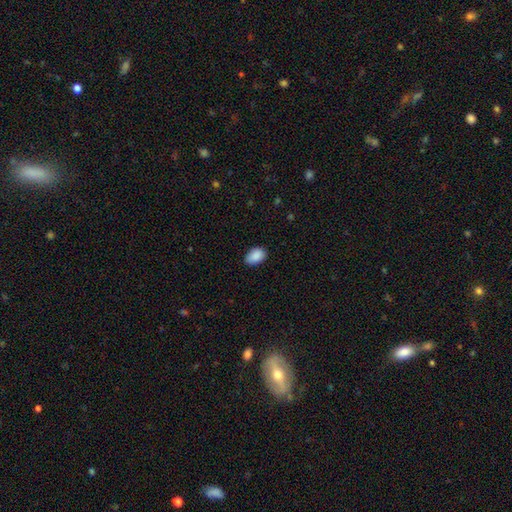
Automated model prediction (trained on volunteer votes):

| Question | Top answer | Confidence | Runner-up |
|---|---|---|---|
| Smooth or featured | smooth | 90% | star or artifact (7%) |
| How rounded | in between | 88% | round (11%) |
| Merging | none | 84% | minor disturbance (13%) |